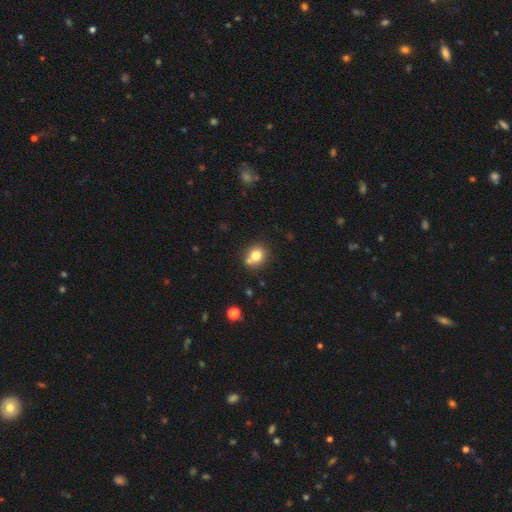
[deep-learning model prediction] Smooth or featured: smooth — 77% (star or artifact — 12%)
How rounded: round — 75% (in between — 24%)
Merging: none — 66% (merger — 19%)